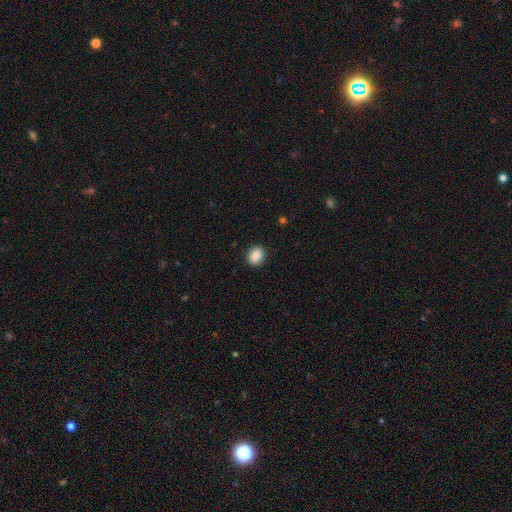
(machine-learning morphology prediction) Q: Smooth or featured?
A: smooth (88%); runner-up: star or artifact (8%)
Q: How rounded?
A: in between (50%); runner-up: round (49%)
Q: Merging?
A: none (90%); runner-up: minor disturbance (7%)